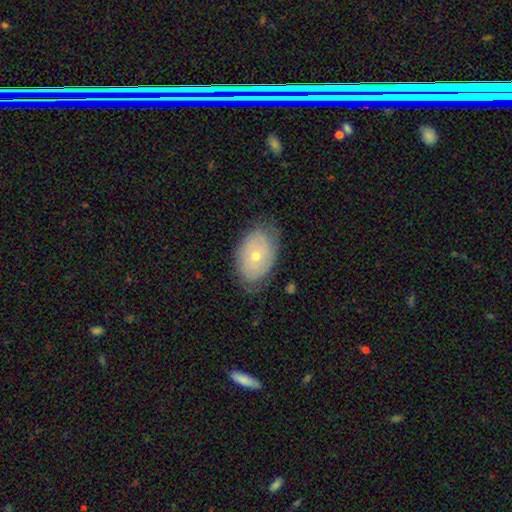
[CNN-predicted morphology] smooth-or-featured: featured or disk: 52% | smooth: 40% | star or artifact: 7%
  disk-edge-on: no: 93% | yes: 7%
  merging: none: 75% | minor disturbance: 19% | major disturbance: 5% | merger: 1%